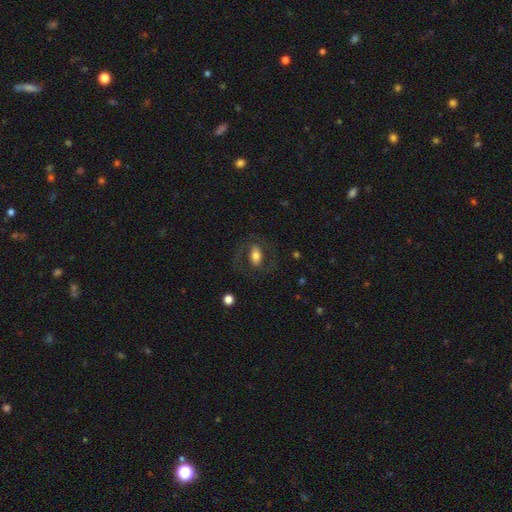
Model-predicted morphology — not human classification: Smooth or featured? smooth (53%)
How rounded? in between (83%)
Merging? none (69%)